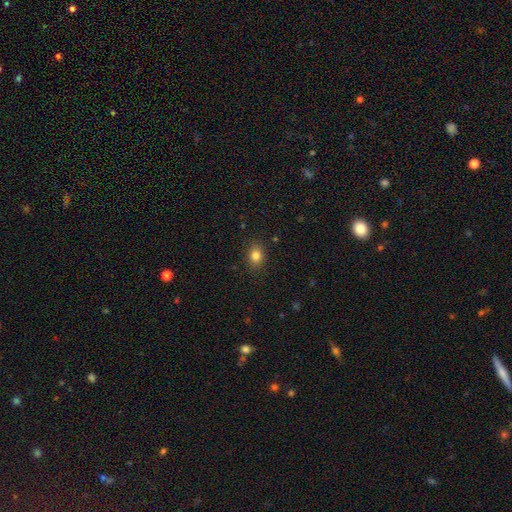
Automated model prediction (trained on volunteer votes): smooth-or-featured: smooth: 82% | star or artifact: 11% | featured or disk: 7%
  how-rounded: in between: 63% | round: 35% | cigar-shaped: 1%
  merging: none: 87% | minor disturbance: 10% | major disturbance: 3% | merger: 1%